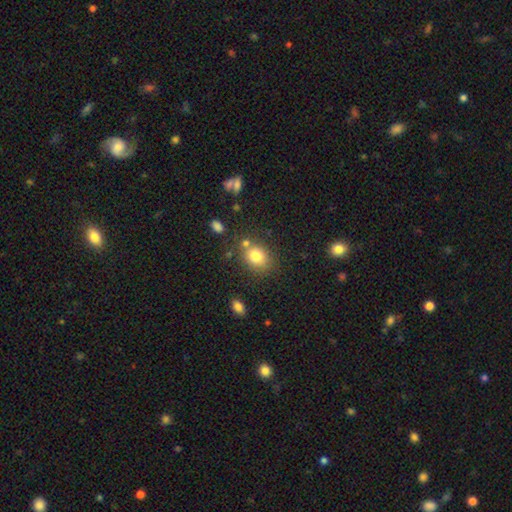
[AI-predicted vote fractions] Smooth or featured? Predicted: smooth (p=0.78). How rounded? Predicted: in between (p=0.52). Merging? Predicted: none (p=0.69).